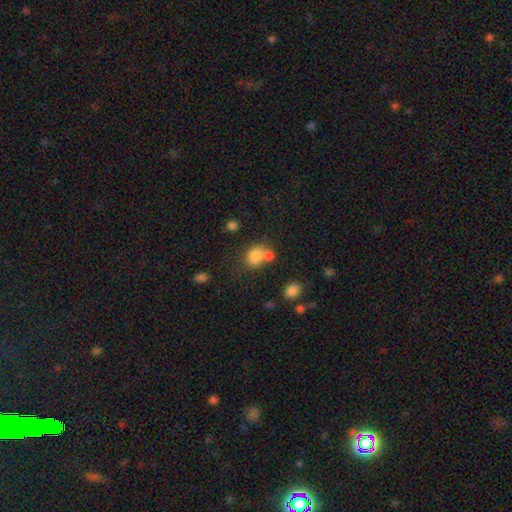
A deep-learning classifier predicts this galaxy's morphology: Smooth or featured?
  - smooth: 80% *
  - star or artifact: 11%
  - featured or disk: 9%
How rounded?
  - round: 50% *
  - in between: 49%
  - cigar-shaped: 1%
Merging?
  - merger: 44% *
  - none: 40%
  - minor disturbance: 11%
  - major disturbance: 5%